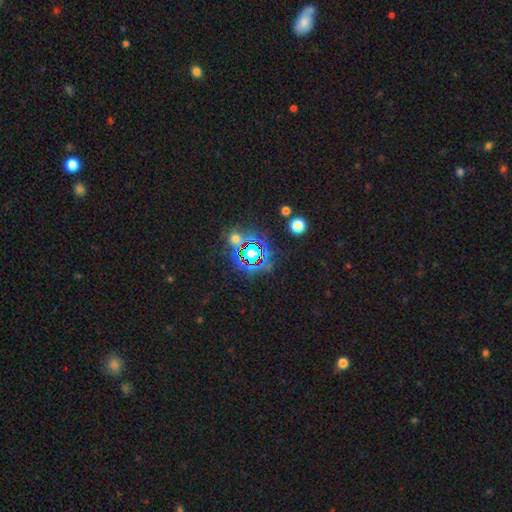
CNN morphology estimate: star or artifact 78%, smooth 13%, featured or disk 9%.